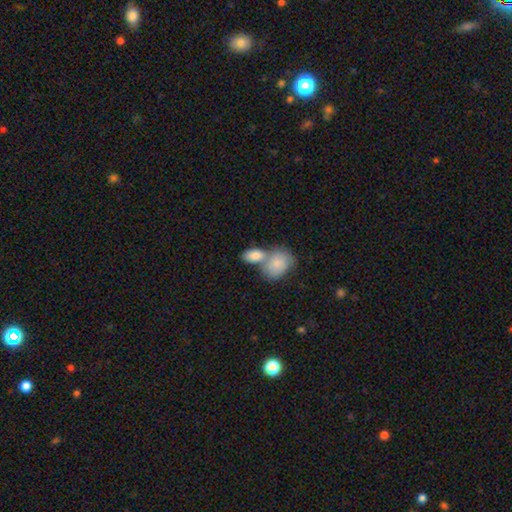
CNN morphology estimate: smooth-or-featured: smooth: 81% | featured or disk: 12% | star or artifact: 7%
  how-rounded: in between: 84% | round: 14% | cigar-shaped: 2%
  merging: merger: 56% | none: 32% | minor disturbance: 9% | major disturbance: 3%